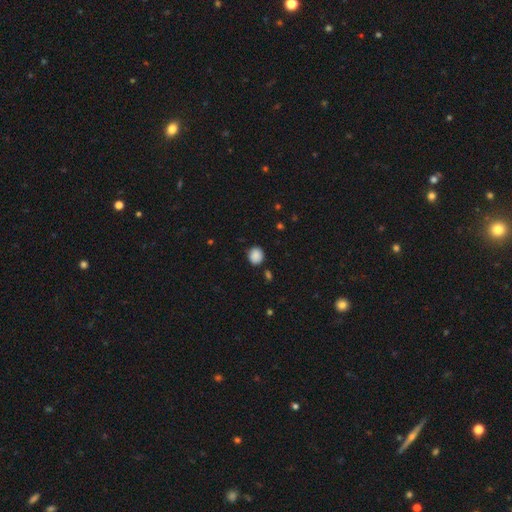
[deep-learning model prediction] A smooth galaxy with no disk features (88%) that is round (77%).

Vote fractions:
- Smooth or featured? smooth: 88% / star or artifact: 9% / featured or disk: 3%
- How rounded? round: 77% / in between: 22% / cigar-shaped: 1%
- Merging? none: 84% / minor disturbance: 11% / major disturbance: 3% / merger: 2%